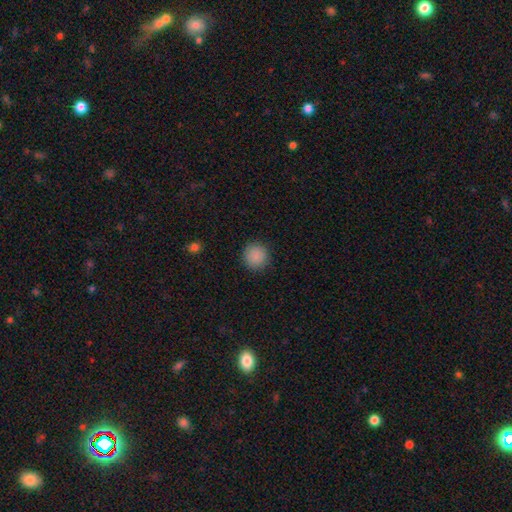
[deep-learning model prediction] Smooth or featured: smooth — 89% (star or artifact — 8%)
How rounded: round — 93% (in between — 6%)
Merging: none — 91% (minor disturbance — 6%)